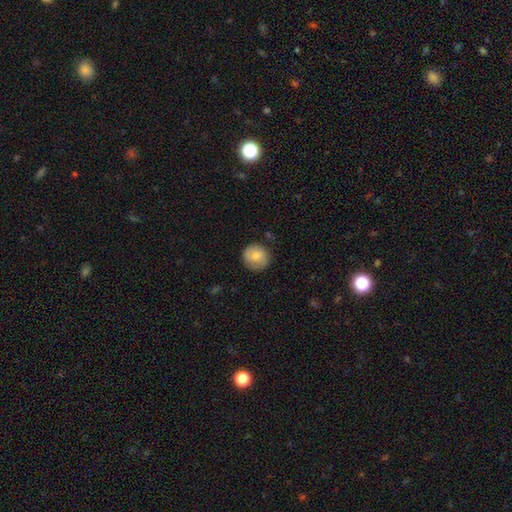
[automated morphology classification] This is likely a smooth galaxy (75%). How rounded: clearly round (92%). Merging: clearly none (82%).